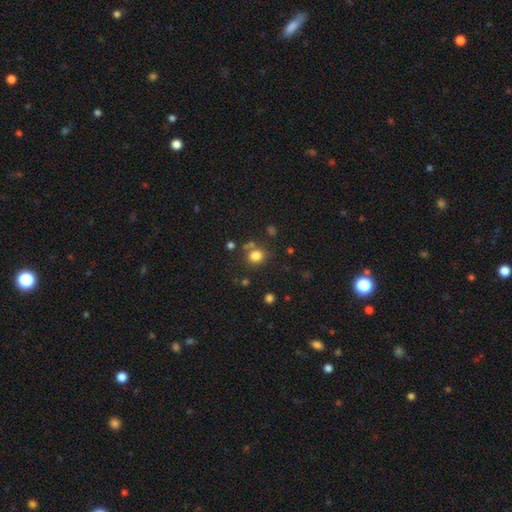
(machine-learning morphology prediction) The model was most divided on "how rounded": round: 76%, in between: 23%, cigar-shaped: 1%. More confident: smooth or featured — smooth (80%); merging — none (70%).